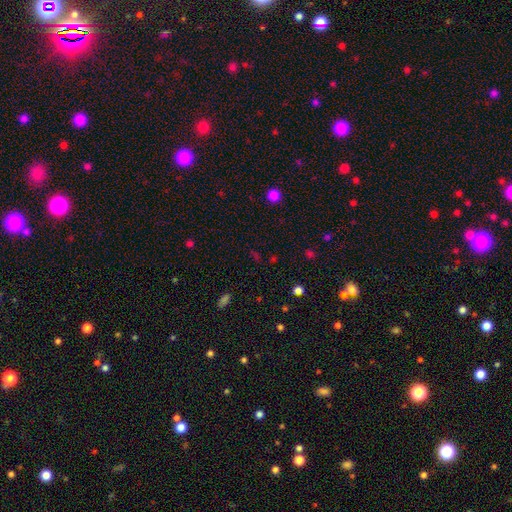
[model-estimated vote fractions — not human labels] Morphology: type=star or artifact (53%).